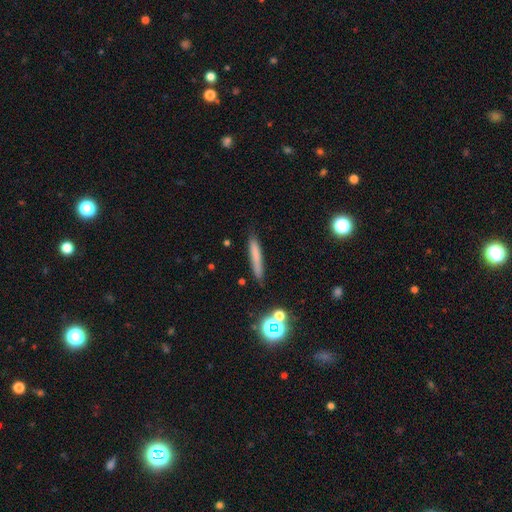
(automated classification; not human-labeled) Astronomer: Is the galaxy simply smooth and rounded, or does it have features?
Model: smooth — 70%.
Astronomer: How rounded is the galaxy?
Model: cigar-shaped — 92%.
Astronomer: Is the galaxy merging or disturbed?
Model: none — 84%.